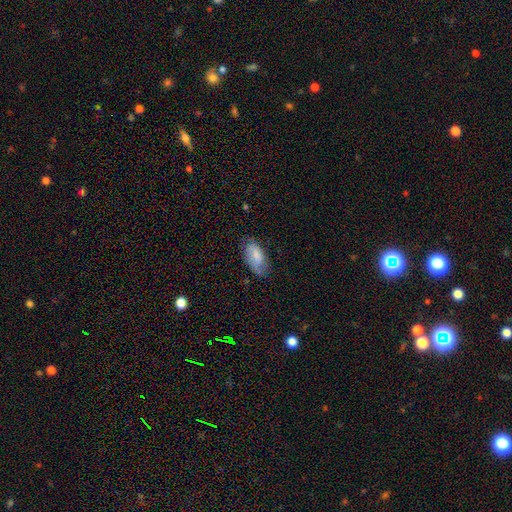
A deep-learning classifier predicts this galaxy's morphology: The model was most divided on "merging": none: 58%, minor disturbance: 31%, major disturbance: 10%, merger: 2%. More confident: how rounded — in between (92%); smooth or featured — smooth (66%).